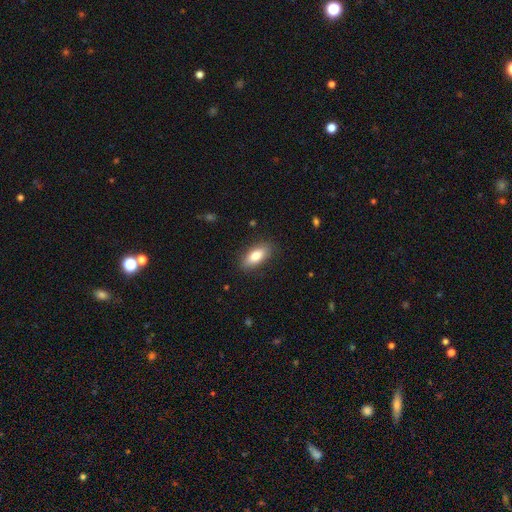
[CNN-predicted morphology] Overall: smooth (78%). How rounded: in between (81%). Merging: none (87%).